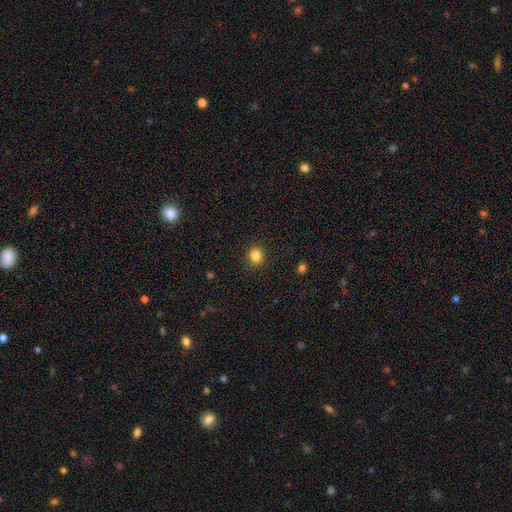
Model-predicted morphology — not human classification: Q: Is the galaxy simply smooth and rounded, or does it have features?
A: smooth — 84%.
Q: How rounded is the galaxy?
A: round — 84%.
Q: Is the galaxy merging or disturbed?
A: none — 89%.